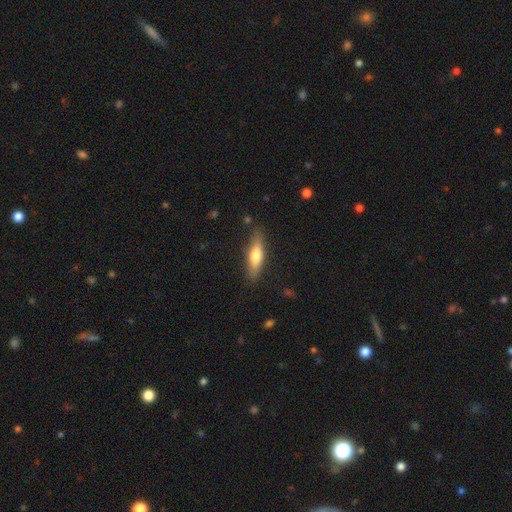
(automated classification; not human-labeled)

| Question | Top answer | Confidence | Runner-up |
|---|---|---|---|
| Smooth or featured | smooth | 59% | featured or disk (35%) |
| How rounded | cigar-shaped | 66% | in between (31%) |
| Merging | none | 84% | minor disturbance (12%) |